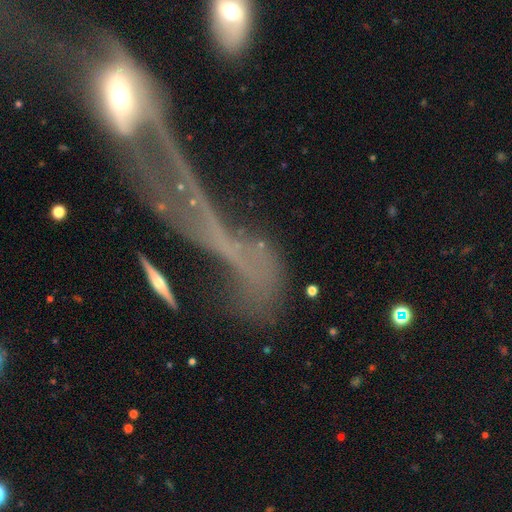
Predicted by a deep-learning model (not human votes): This appears to be a featured or disk galaxy (54%). Merging: major disturbance (35%).